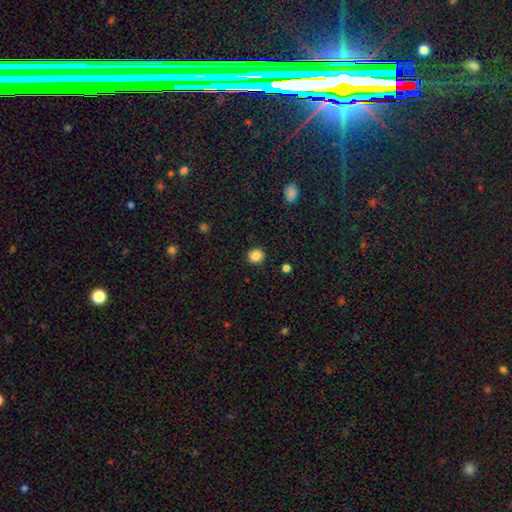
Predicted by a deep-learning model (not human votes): smooth 86%, star or artifact 11%, featured or disk 3%. Down the decision tree: how rounded — round (91%); merging — none (91%).